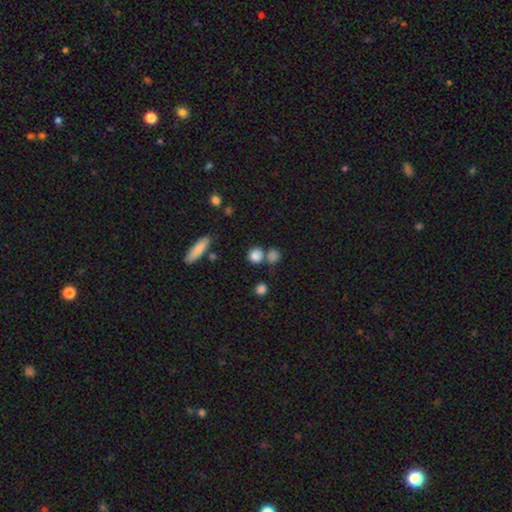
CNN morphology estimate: The model was most divided on "merging": none: 61%, merger: 24%, minor disturbance: 11%, major disturbance: 4%. More confident: smooth or featured — smooth (83%); how rounded — round (82%).